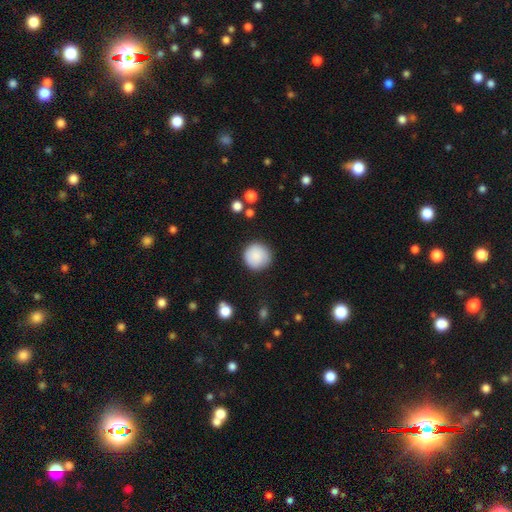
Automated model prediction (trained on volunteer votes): Q: Smooth or featured?
A: smooth (88%); runner-up: star or artifact (7%)
Q: How rounded?
A: round (95%); runner-up: in between (4%)
Q: Merging?
A: none (87%); runner-up: minor disturbance (9%)